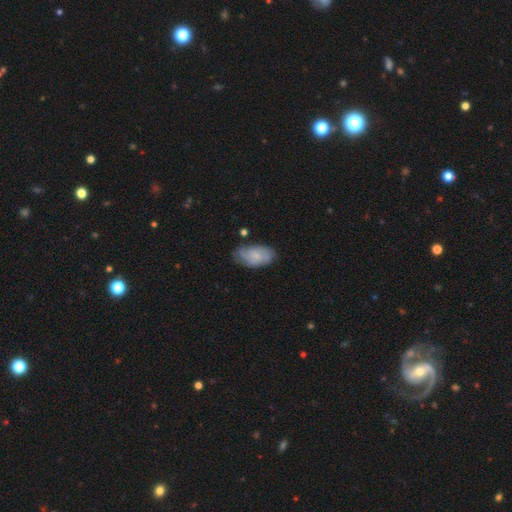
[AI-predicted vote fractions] A smooth galaxy with no disk features (57%) that is in between round and cigar-shaped (93%). Merging: none (66%).